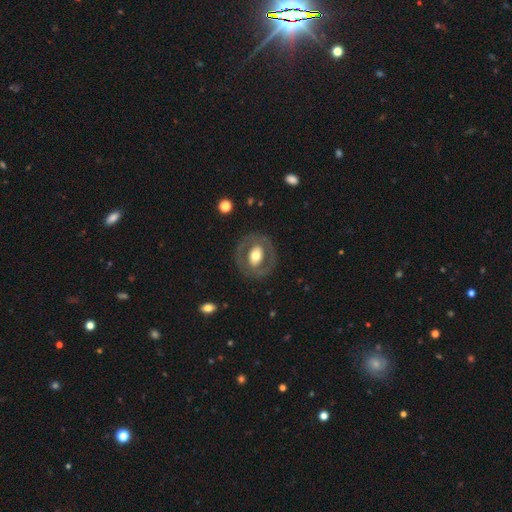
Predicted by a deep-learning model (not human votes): featured or disk 56%, smooth 38%, star or artifact 6%. Down the decision tree: edge-on disk — no (94%); bar — no (59%); spiral arms — no (81%); bulge size — moderate (61%); merging — none (81%).